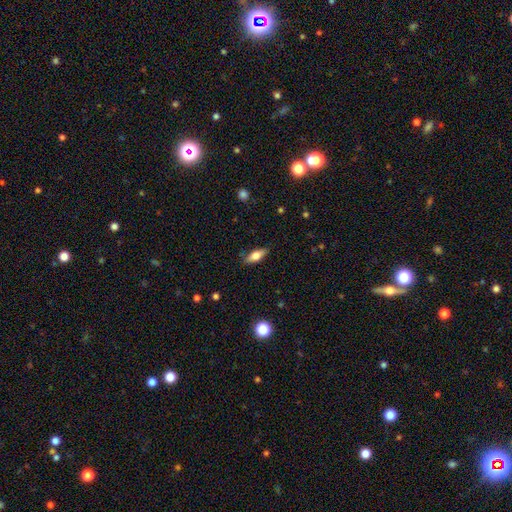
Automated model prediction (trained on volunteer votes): Smooth or featured? Predicted: smooth (p=0.61). How rounded? Predicted: in between (p=0.66). Merging? Predicted: none (p=0.84).